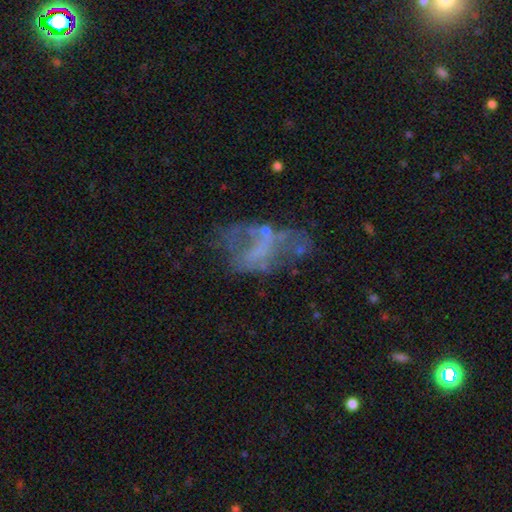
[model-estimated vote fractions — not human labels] smooth-or-featured: featured or disk: 60% | smooth: 25% | star or artifact: 15%
  disk-edge-on: no: 97% | yes: 3%
    bar: no: 73% | weak: 19% | strong: 8%
    has-spiral-arms: no: 79% | yes: 21%
    bulge-size: none: 70% | small: 18% | moderate: 9% | large: 2% | dominant: 1%
  merging: major disturbance: 37% | none: 34% | minor disturbance: 19% | merger: 10%